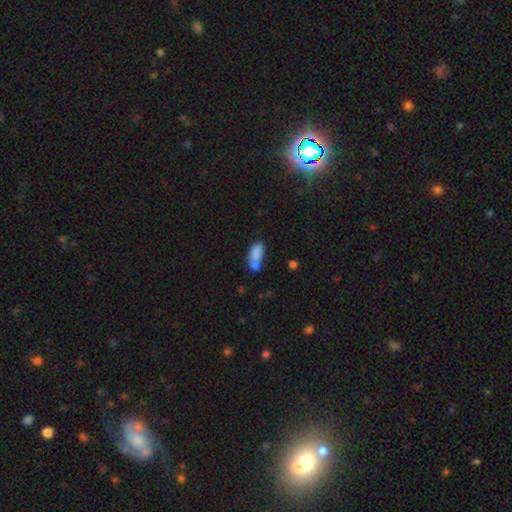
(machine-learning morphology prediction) Q: Smooth or featured?
A: smooth (79%); runner-up: featured or disk (13%)
Q: How rounded?
A: in between (84%); runner-up: cigar-shaped (12%)
Q: Merging?
A: merger (43%); runner-up: none (32%)